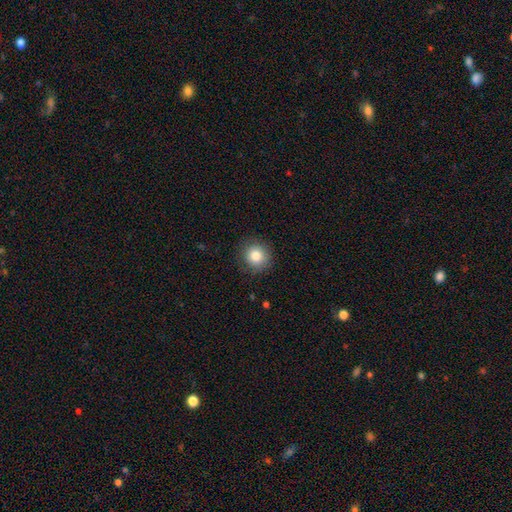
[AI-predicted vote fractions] Smooth or featured? Predicted: smooth (p=0.83). How rounded? Predicted: round (p=0.91). Merging? Predicted: none (p=0.87).